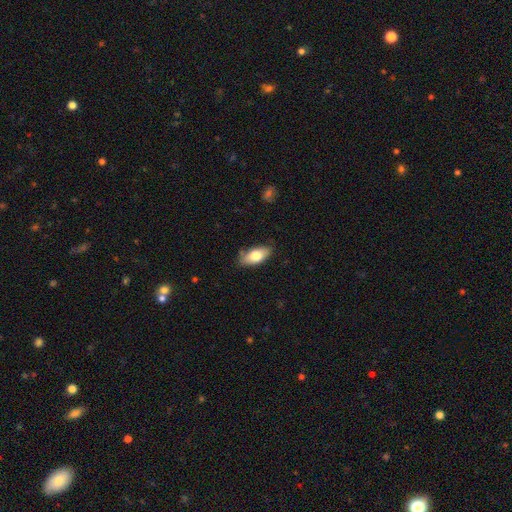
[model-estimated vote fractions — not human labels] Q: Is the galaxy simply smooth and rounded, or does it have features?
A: smooth — 77%.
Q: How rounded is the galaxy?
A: in between — 89%.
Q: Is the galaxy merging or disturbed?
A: none — 78%.